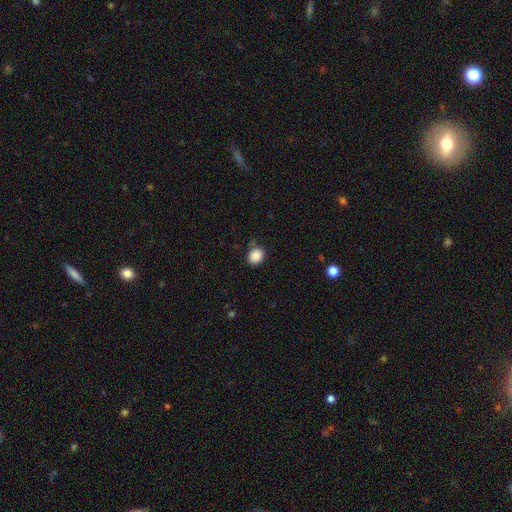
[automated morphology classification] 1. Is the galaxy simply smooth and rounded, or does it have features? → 88% smooth, 9% star or artifact, 3% featured or disk.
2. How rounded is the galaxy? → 60% round, 39% in between, 1% cigar-shaped.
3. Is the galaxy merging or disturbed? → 76% none, 17% minor disturbance, 4% major disturbance, 3% merger.